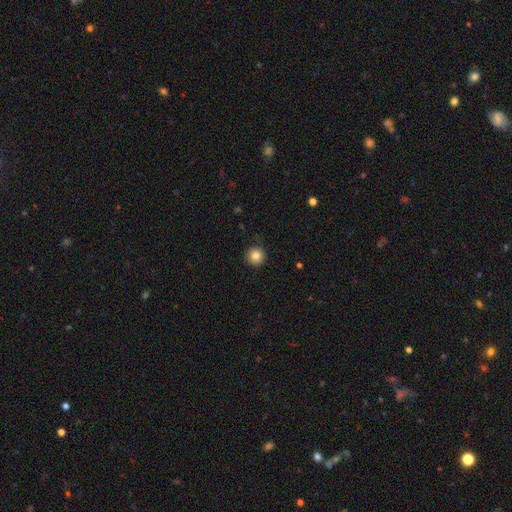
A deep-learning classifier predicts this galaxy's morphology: Smooth or featured? smooth (81%)
How rounded? round (96%)
Merging? none (91%)